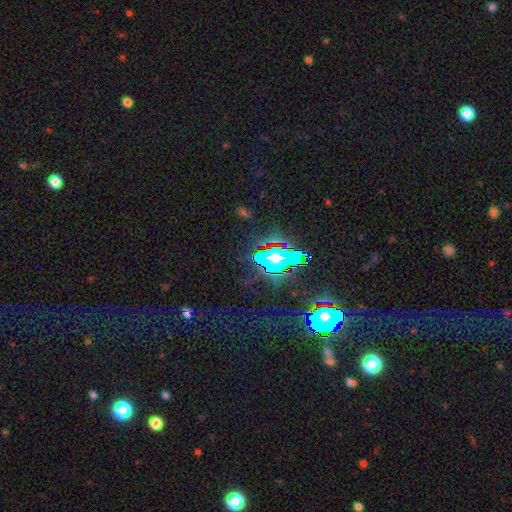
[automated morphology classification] smooth-or-featured: star or artifact: 80% | smooth: 12% | featured or disk: 8%